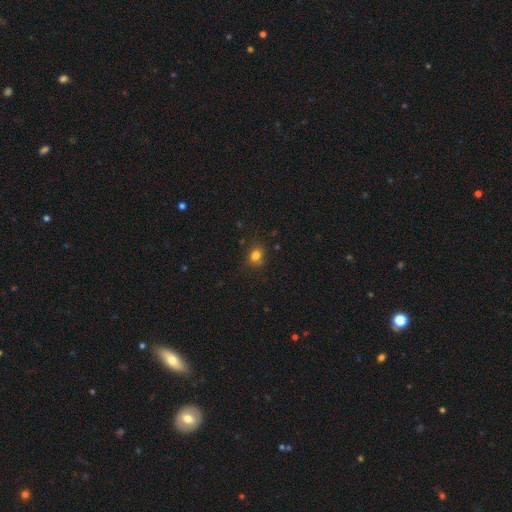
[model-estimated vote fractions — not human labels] smooth 80%, star or artifact 14%, featured or disk 6%. Down the decision tree: how rounded — round (53%); merging — none (75%).